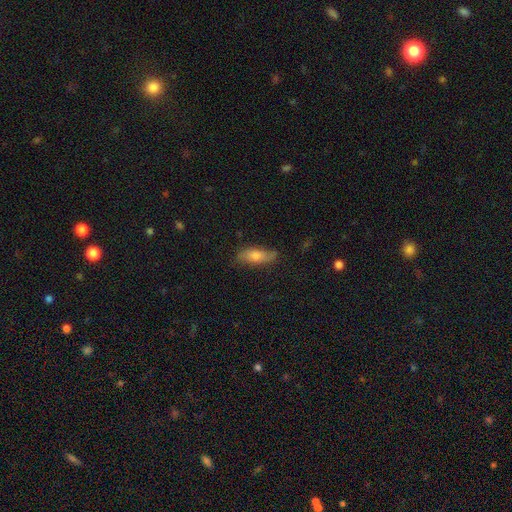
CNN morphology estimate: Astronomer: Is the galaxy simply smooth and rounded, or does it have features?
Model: smooth — 65%.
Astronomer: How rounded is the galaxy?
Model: in between — 64%.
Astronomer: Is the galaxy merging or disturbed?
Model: none — 72%.